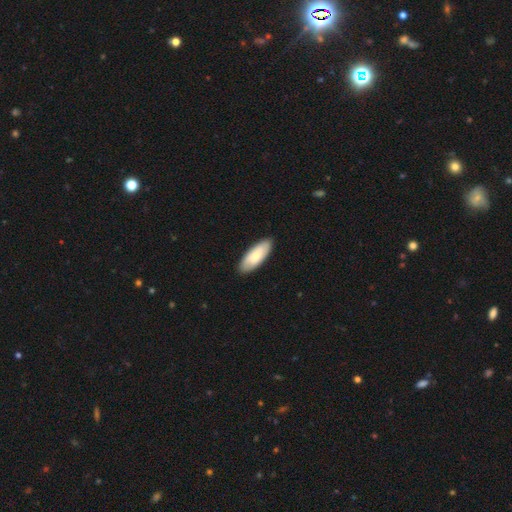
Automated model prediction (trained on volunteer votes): Morphology: type=smooth (75%); roundness=in between (76%); merging=none (89%).